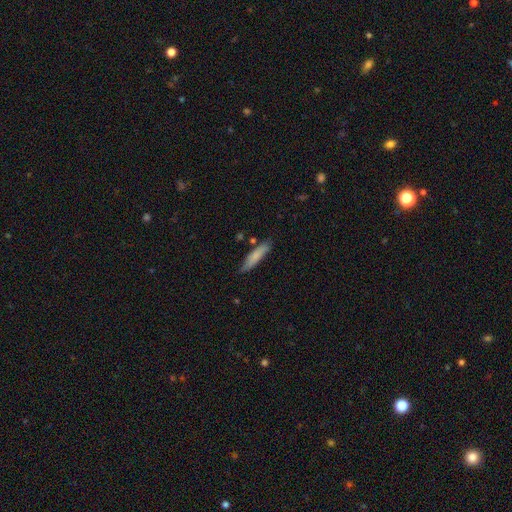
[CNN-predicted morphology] type=smooth (76%); roundness=cigar-shaped (82%); merging=none (76%).